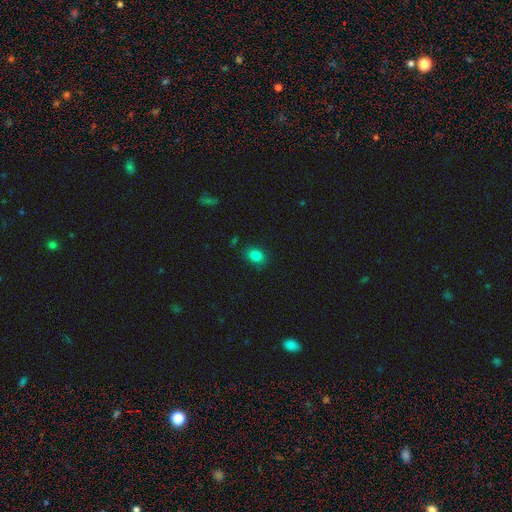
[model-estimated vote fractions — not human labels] A smooth galaxy with no disk features (82%) that is in between round and cigar-shaped (57%). Merging: none (80%).